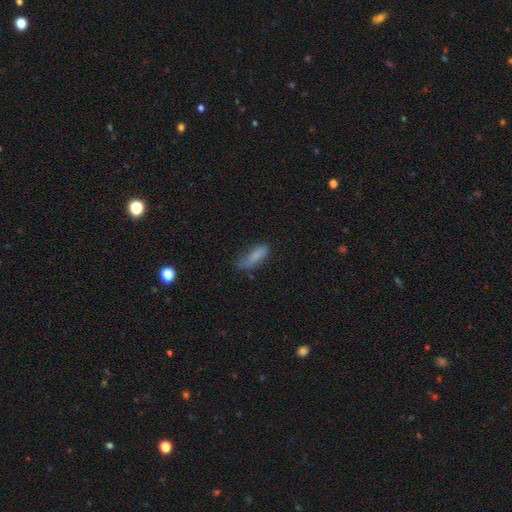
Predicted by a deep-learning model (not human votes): Smooth or featured? smooth (80%)
How rounded? in between (52%)
Merging? none (51%)